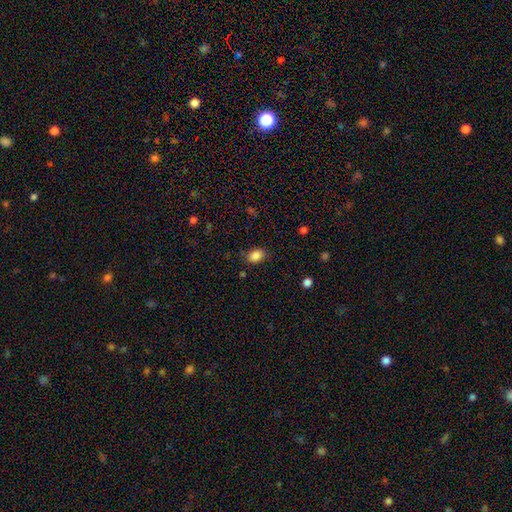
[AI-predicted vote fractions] Smooth or featured? smooth (86%)
How rounded? in between (74%)
Merging? none (80%)